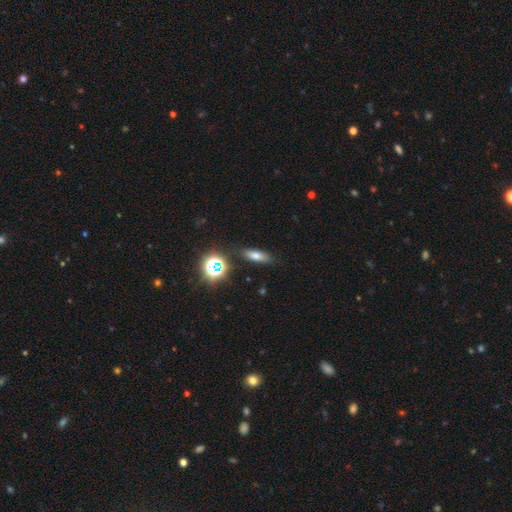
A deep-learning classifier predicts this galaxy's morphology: smooth-or-featured: smooth: 65% | star or artifact: 18% | featured or disk: 16%
  how-rounded: in between: 57% | cigar-shaped: 34% | round: 8%
  merging: none: 84% | minor disturbance: 10% | major disturbance: 3% | merger: 3%